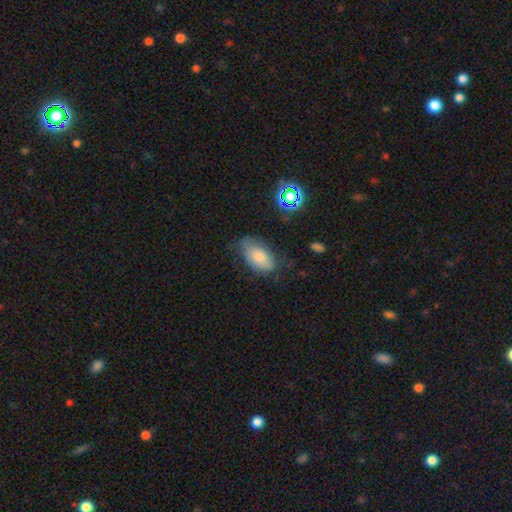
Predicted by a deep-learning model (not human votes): smooth-or-featured: smooth: 68% | featured or disk: 20% | star or artifact: 12%
  how-rounded: in between: 92% | round: 6% | cigar-shaped: 2%
  merging: none: 61% | minor disturbance: 29% | major disturbance: 8% | merger: 2%